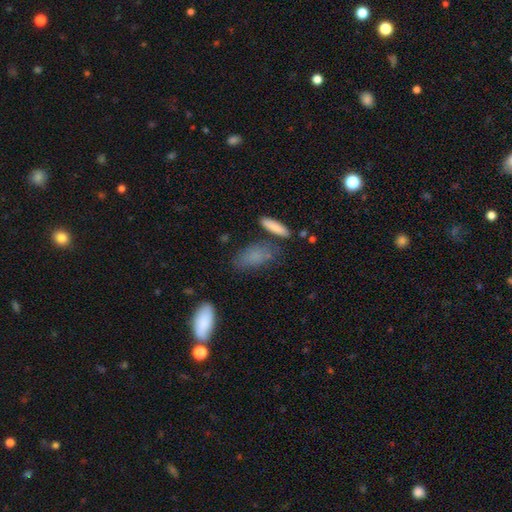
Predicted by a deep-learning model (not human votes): Smooth or featured: smooth — 78% (featured or disk — 12%)
How rounded: in between — 78% (cigar-shaped — 18%)
Merging: none — 63% (minor disturbance — 19%)